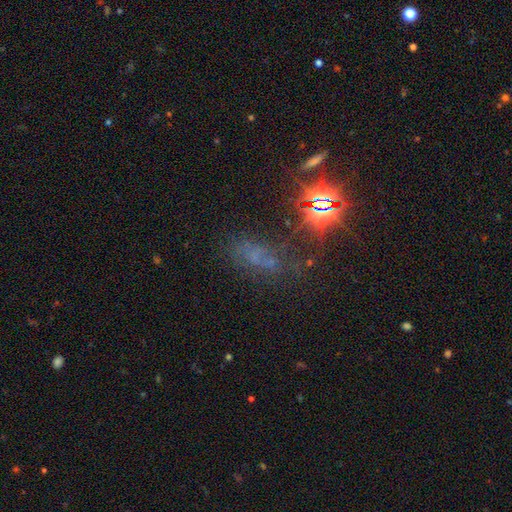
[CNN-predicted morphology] star or artifact 48%, smooth 29%, featured or disk 23%.